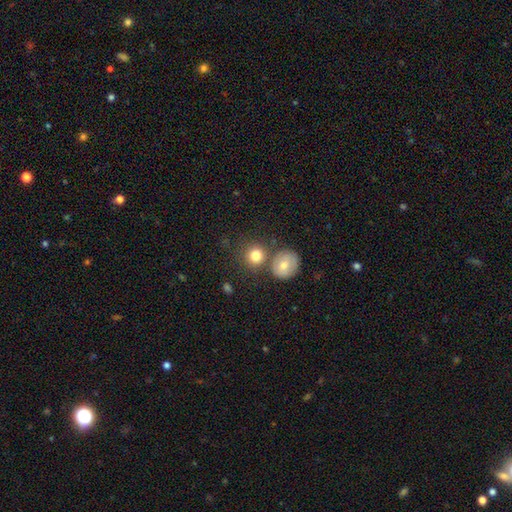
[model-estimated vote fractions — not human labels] This is likely a smooth galaxy (80%). How rounded: clearly round (89%). Merging: likely none (66%).